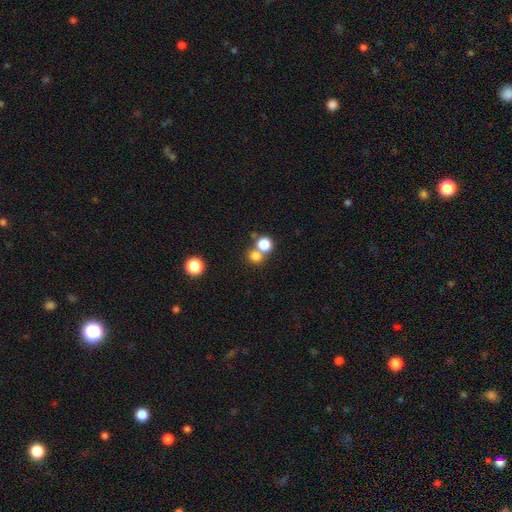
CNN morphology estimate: smooth-or-featured: smooth: 77% | star or artifact: 15% | featured or disk: 8%
  how-rounded: round: 82% | in between: 17% | cigar-shaped: 1%
  merging: none: 52% | merger: 39% | minor disturbance: 6% | major disturbance: 3%